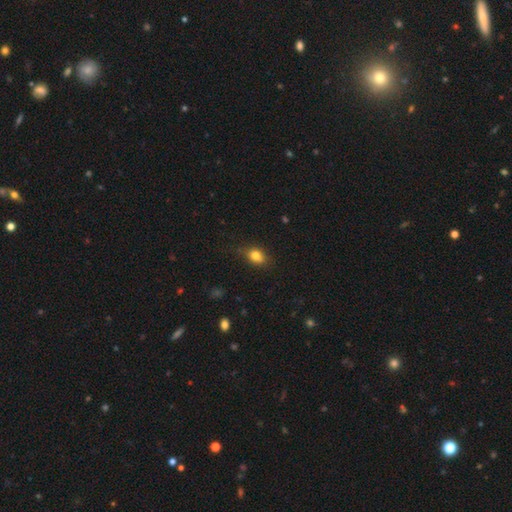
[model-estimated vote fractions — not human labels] This appears to be a smooth galaxy with no disk features (82%) that is in between round and cigar-shaped (68%). Merging: none (75%).